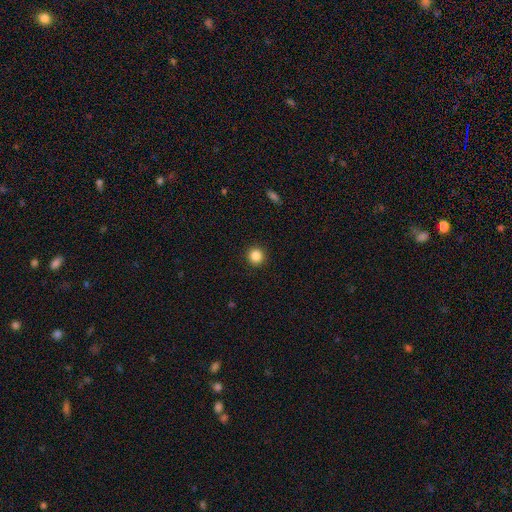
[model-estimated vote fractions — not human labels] This is clearly a smooth galaxy (86%). How rounded: clearly round (93%). Merging: clearly none (92%).